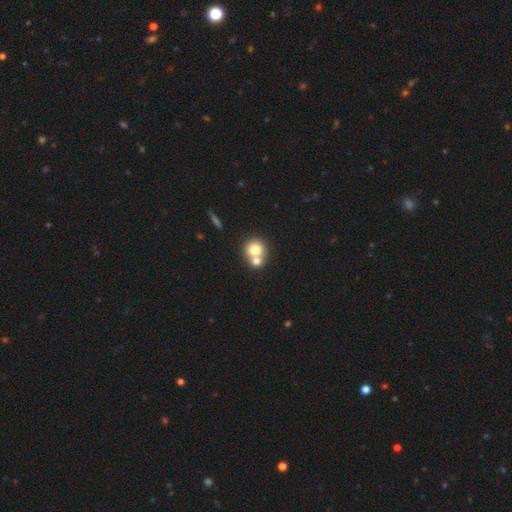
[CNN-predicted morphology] This is likely a smooth galaxy (73%). How rounded: clearly round (85%). Merging: possibly merger (56%).